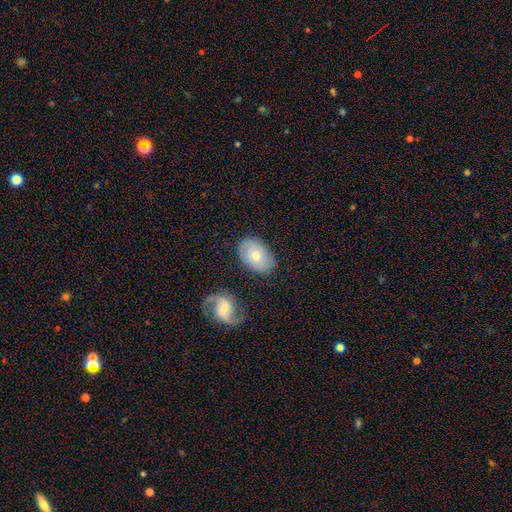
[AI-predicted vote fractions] Q: Smooth or featured?
A: smooth (57%); runner-up: featured or disk (35%)
Q: How rounded?
A: in between (86%); runner-up: round (13%)
Q: Merging?
A: none (77%); runner-up: minor disturbance (14%)